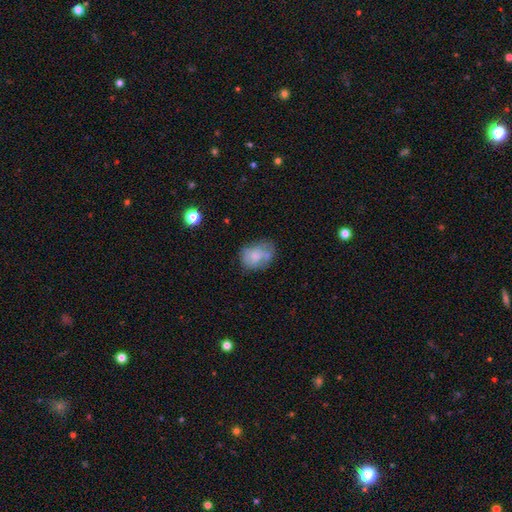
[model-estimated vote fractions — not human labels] Smooth or featured? Predicted: smooth (p=0.58). How rounded? Predicted: in between (p=0.67). Merging? Predicted: none (p=0.45).